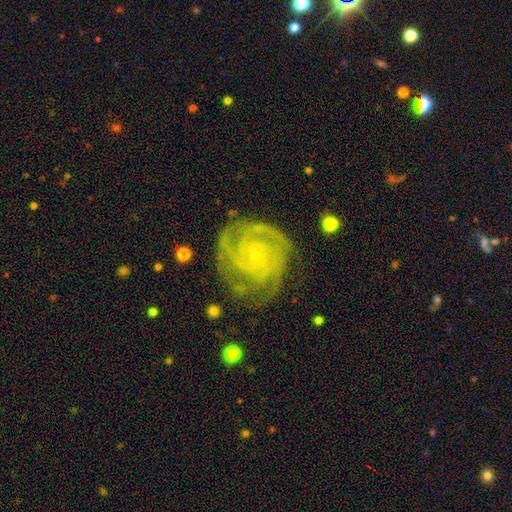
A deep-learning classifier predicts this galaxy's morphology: type=featured or disk (87%); edge-on=no (98%); bar=no (80%); spiral arms=yes (97%); winding=tight (76%); arm count=3 (26%); bulge=small (87%); merging=none (73%).